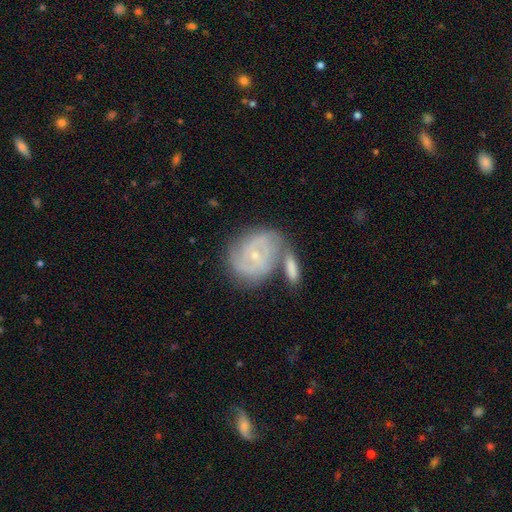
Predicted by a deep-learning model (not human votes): Smooth or featured?
  - featured or disk: 77% *
  - smooth: 16%
  - star or artifact: 6%
Edge-on disk?
  - no: 97% *
  - yes: 3%
Bar?
  - no: 60% *
  - weak: 33%
  - strong: 7%
Spiral arms?
  - yes: 91% *
  - no: 9%
Spiral winding?
  - tight: 57% *
  - medium: 34%
  - loose: 9%
Spiral arm count?
  - 2: 43% *
  - can't tell: 27%
  - 3: 18%
  - 4: 5%
  - 1: 4%
  - more than 4: 3%
Bulge size?
  - small: 74% *
  - moderate: 22%
  - none: 2%
  - large: 1%
  - dominant: 1%
Merging?
  - none: 50% *
  - merger: 26%
  - minor disturbance: 17%
  - major disturbance: 7%